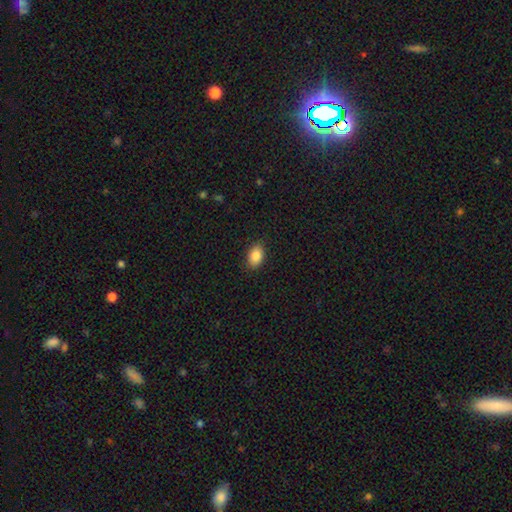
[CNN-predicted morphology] Smooth or featured: smooth — 87% (star or artifact — 8%)
How rounded: in between — 88% (round — 11%)
Merging: none — 87% (minor disturbance — 10%)